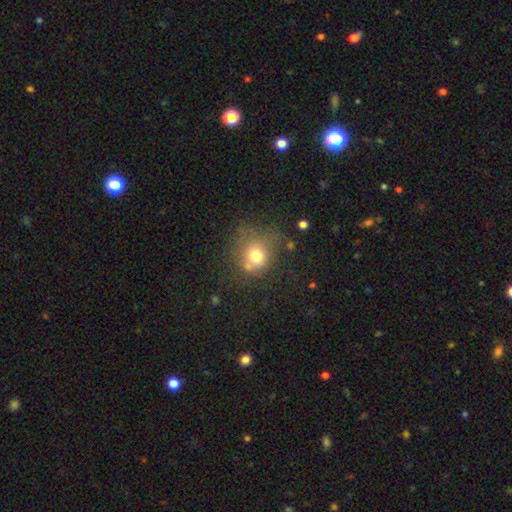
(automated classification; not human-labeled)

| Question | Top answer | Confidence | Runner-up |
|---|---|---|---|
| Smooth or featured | smooth | 72% | featured or disk (14%) |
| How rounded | round | 80% | in between (19%) |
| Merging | none | 55% | minor disturbance (22%) |